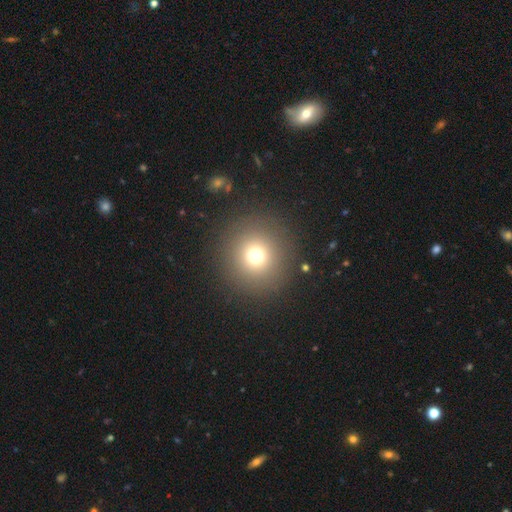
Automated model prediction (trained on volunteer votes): Morphology: type=smooth (71%); roundness=round (95%); merging=none (89%).